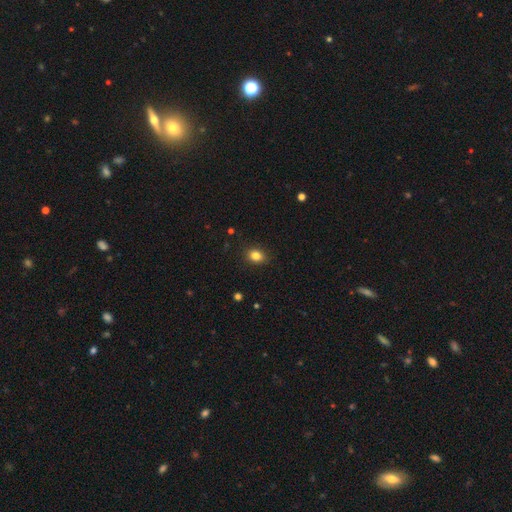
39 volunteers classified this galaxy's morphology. Volunteers were most divided on "how rounded": in between: 53%, round: 47%, cigar-shaped: 0%. More confident: smooth or featured — smooth (92%); merging — none (90%).